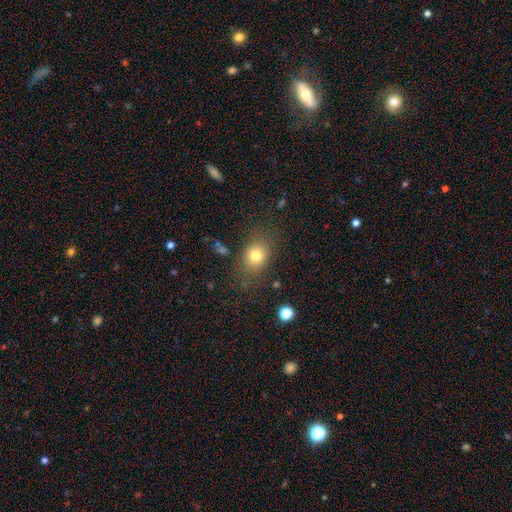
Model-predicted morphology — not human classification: This is likely a smooth galaxy (78%). How rounded: possibly in between (54%). Merging: likely none (77%).